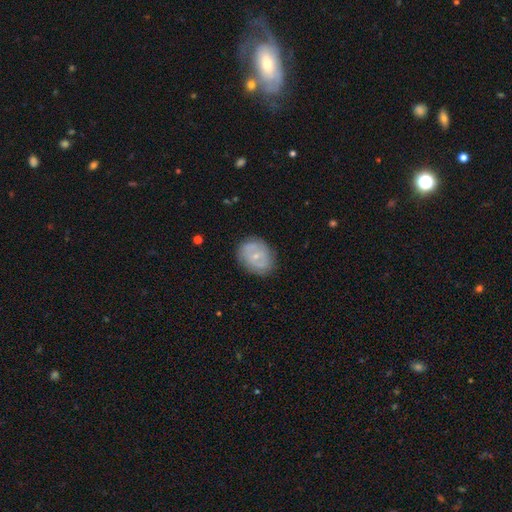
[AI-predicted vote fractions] Smooth or featured?
  - featured or disk: 56% *
  - smooth: 37%
  - star or artifact: 7%
Edge-on disk?
  - no: 96% *
  - yes: 4%
Bar?
  - no: 70% *
  - weak: 24%
  - strong: 6%
Spiral arms?
  - yes: 52% *
  - no: 48%
Bulge size?
  - small: 67% *
  - moderate: 29%
  - none: 2%
  - large: 1%
  - dominant: 1%
Merging?
  - none: 78% *
  - minor disturbance: 16%
  - major disturbance: 5%
  - merger: 1%